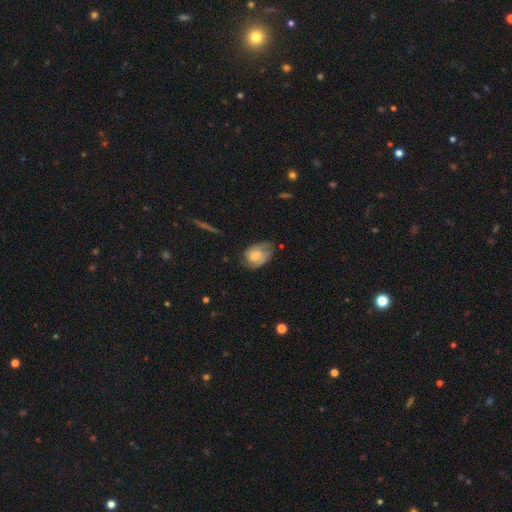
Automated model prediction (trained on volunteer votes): This appears to be a featured or disk galaxy (61%) with no bar (62%), 2 (62%) tight (43%) spiral arms (88%) and a moderate central bulge (51%). Merging: none (59%).